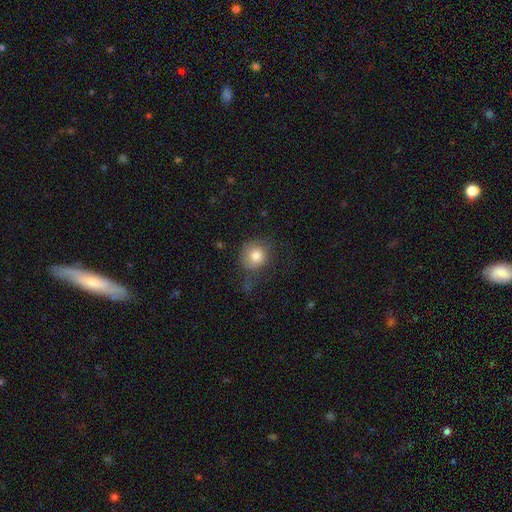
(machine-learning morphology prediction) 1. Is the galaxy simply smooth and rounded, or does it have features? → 79% smooth, 11% featured or disk, 9% star or artifact.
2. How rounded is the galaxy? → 83% round, 16% in between, 1% cigar-shaped.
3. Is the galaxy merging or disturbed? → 54% none, 26% minor disturbance, 18% major disturbance, 2% merger.